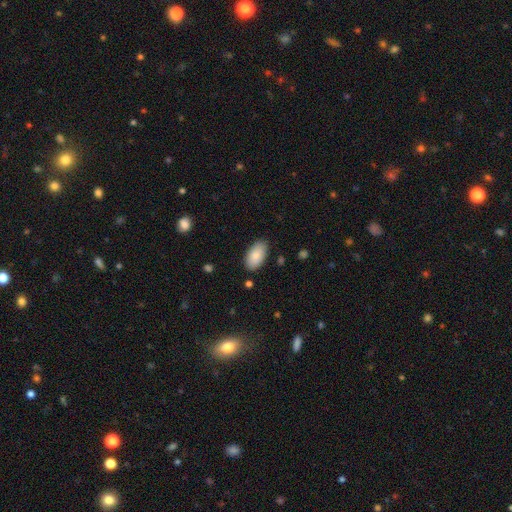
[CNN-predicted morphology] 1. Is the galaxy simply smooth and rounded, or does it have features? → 85% smooth, 9% featured or disk, 6% star or artifact.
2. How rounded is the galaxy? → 95% in between, 3% round, 2% cigar-shaped.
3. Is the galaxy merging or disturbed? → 85% none, 11% minor disturbance, 2% major disturbance, 1% merger.